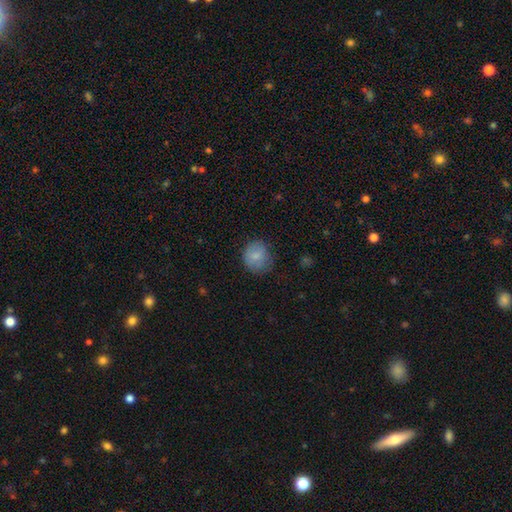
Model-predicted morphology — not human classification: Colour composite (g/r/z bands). It shows a smooth galaxy with no disk features (82%) that is round (80%). Merging: none (72%).